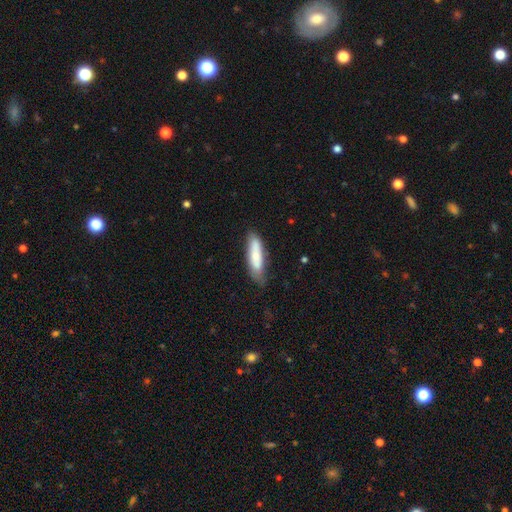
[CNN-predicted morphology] smooth 69%, featured or disk 25%, star or artifact 6%. Down the decision tree: how rounded — cigar-shaped (63%); merging — none (66%).